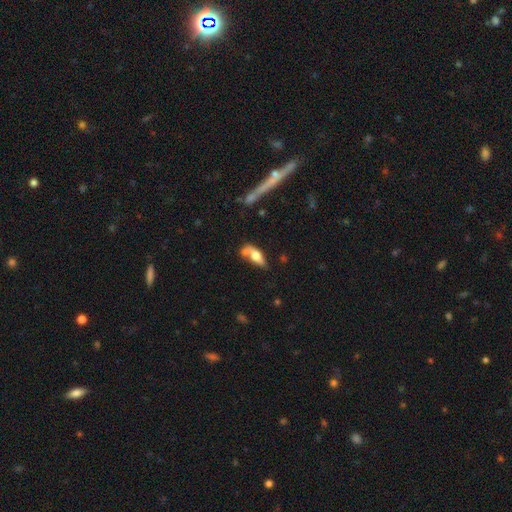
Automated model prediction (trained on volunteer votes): A smooth galaxy with no disk features (57%) that is in between round and cigar-shaped (67%). Merging: none (41%).